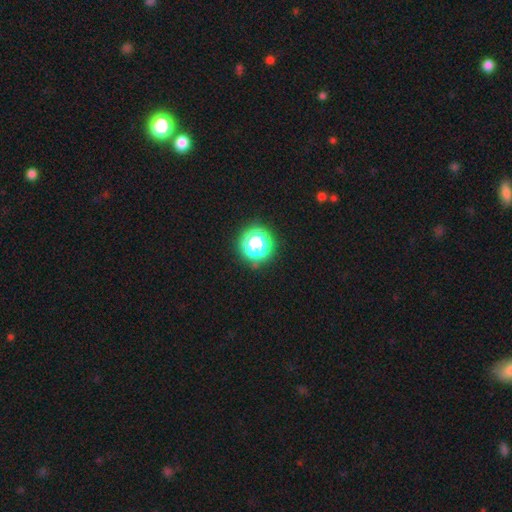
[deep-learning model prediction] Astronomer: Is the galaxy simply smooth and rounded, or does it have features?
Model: star or artifact — 70%.